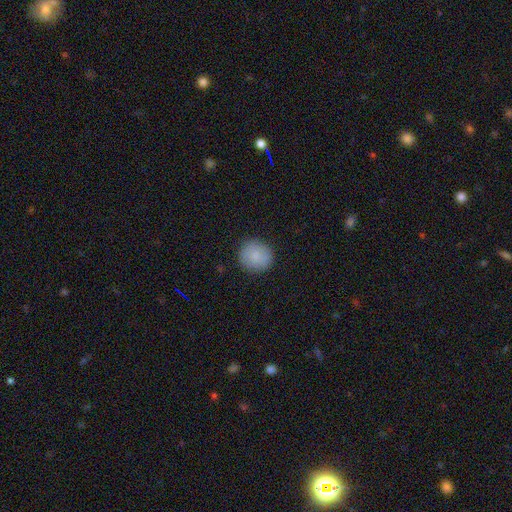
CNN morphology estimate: type=smooth (87%); roundness=round (91%); merging=none (88%).